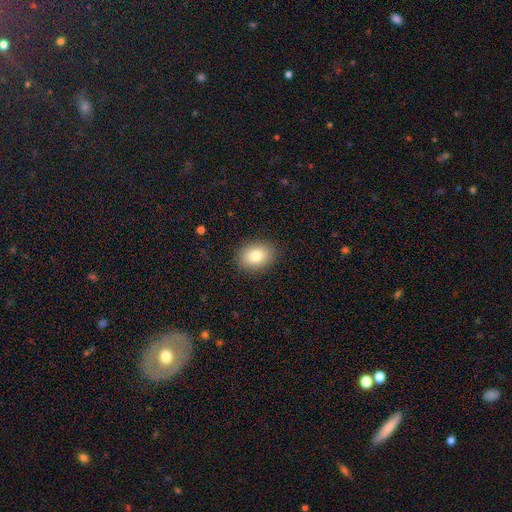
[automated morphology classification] The model was most divided on "how rounded": in between: 64%, round: 35%, cigar-shaped: 1%. More confident: merging — none (88%); smooth or featured — smooth (83%).